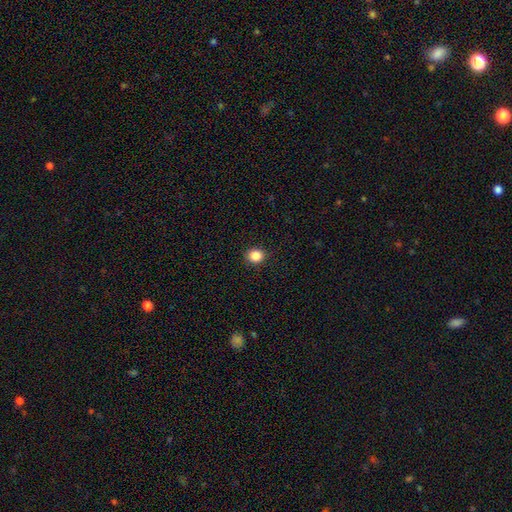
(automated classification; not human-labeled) Smooth or featured? smooth (86%)
How rounded? round (76%)
Merging? none (90%)